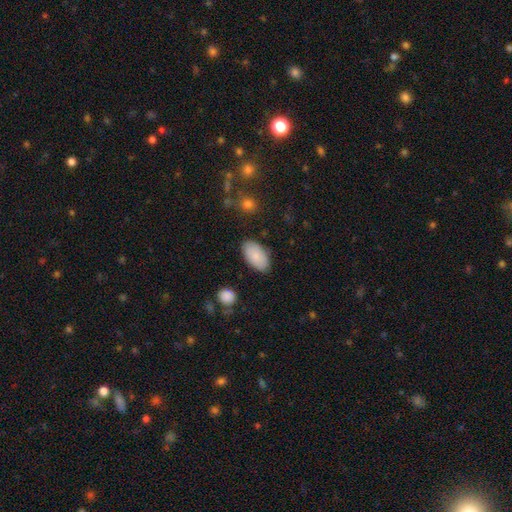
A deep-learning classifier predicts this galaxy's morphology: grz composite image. It shows a smooth galaxy with no disk features (85%) that is in between round and cigar-shaped (95%). Merging: none (84%).